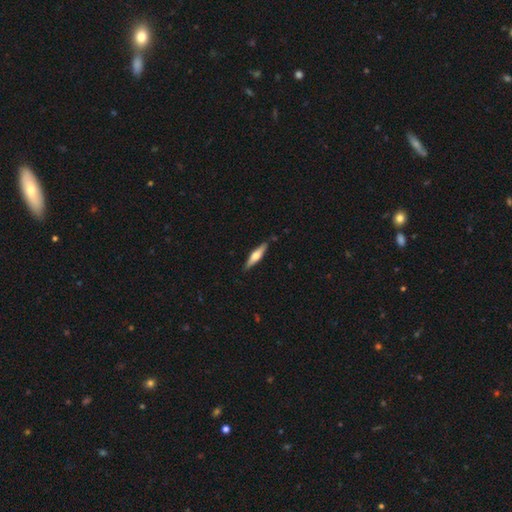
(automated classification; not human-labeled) Smooth or featured?
  - featured or disk: 56% *
  - smooth: 39%
  - star or artifact: 5%
Edge-on disk?
  - yes: 95% *
  - no: 5%
Edge-on bulge?
  - rounded: 92% *
  - boxy: 5%
  - none: 3%
Merging?
  - none: 88% *
  - minor disturbance: 9%
  - major disturbance: 2%
  - merger: 1%